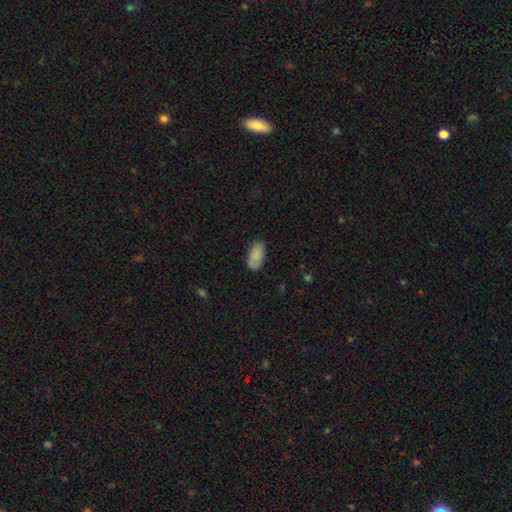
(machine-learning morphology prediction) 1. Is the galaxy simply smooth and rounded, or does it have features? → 87% smooth, 7% star or artifact, 6% featured or disk.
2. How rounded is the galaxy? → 94% in between, 3% cigar-shaped, 3% round.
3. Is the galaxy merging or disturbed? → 80% none, 16% minor disturbance, 3% major disturbance, 2% merger.